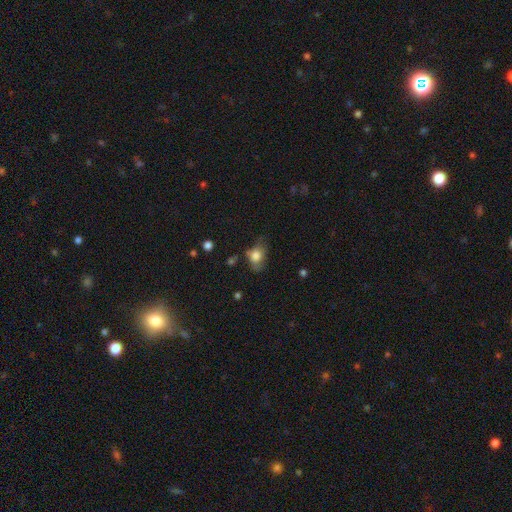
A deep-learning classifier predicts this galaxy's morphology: A smooth galaxy with no disk features (74%) that is in between round and cigar-shaped (68%).

Vote fractions:
- Smooth or featured? smooth: 74% / featured or disk: 16% / star or artifact: 10%
- How rounded? in between: 68% / round: 30% / cigar-shaped: 2%
- Merging? none: 47% / minor disturbance: 32% / major disturbance: 16% / merger: 5%